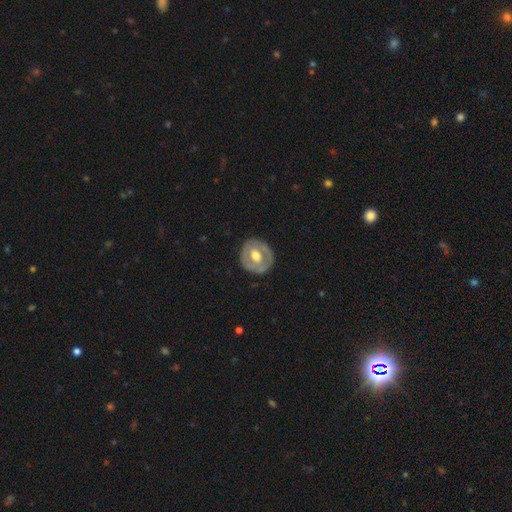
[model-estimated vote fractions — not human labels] Q: Smooth or featured?
A: featured or disk (55%); runner-up: smooth (40%)
Q: Edge-on disk?
A: no (95%); runner-up: yes (5%)
Q: Bar?
A: no (64%); runner-up: weak (27%)
Q: Spiral arms?
A: no (84%); runner-up: yes (16%)
Q: Bulge size?
A: moderate (64%); runner-up: large (27%)
Q: Merging?
A: none (80%); runner-up: minor disturbance (14%)